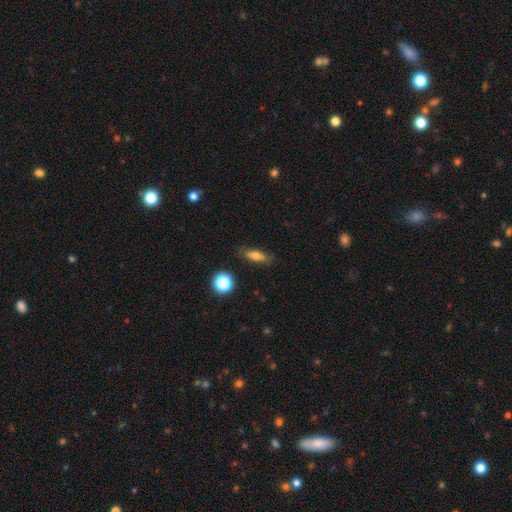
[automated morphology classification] smooth_or_featured: smooth (p=0.64) [alt: featured or disk p=0.25]
how_rounded: in between (p=0.51) [alt: cigar-shaped p=0.41]
merging: none (p=0.81) [alt: minor disturbance p=0.14]